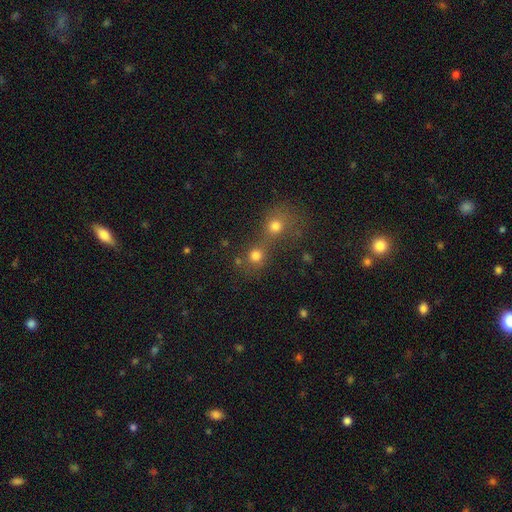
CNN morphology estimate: type=smooth (76%); roundness=round (88%); merging=merger (48%).